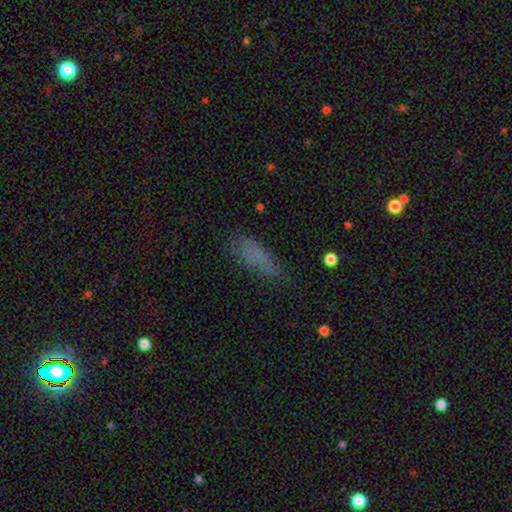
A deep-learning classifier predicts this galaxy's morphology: Q: Smooth or featured?
A: smooth (73%); runner-up: featured or disk (15%)
Q: How rounded?
A: in between (49%); runner-up: cigar-shaped (48%)
Q: Merging?
A: none (60%); runner-up: minor disturbance (26%)